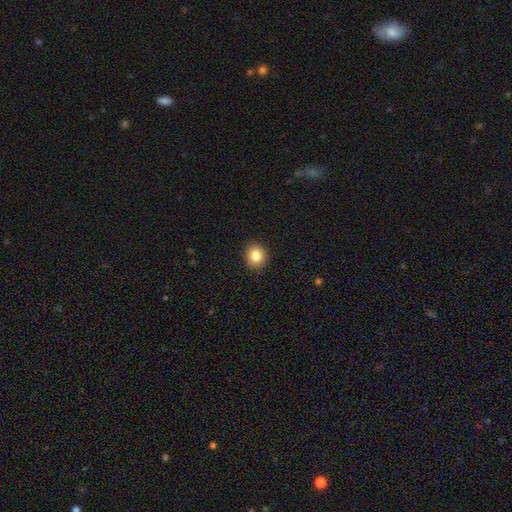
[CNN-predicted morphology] This appears to be a smooth galaxy with no disk features (84%) that is round (78%). Merging: none (91%).